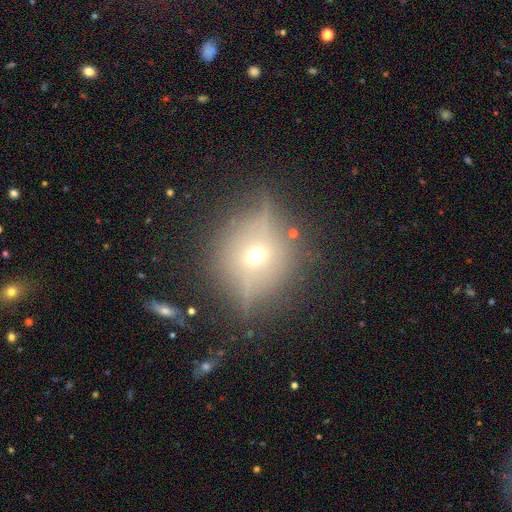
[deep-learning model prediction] smooth_or_featured: featured or disk (p=0.60) [alt: smooth p=0.23]
disk_edge_on: yes (p=0.75) [alt: no p=0.25]
merging: none (p=0.74) [alt: minor disturbance p=0.16]